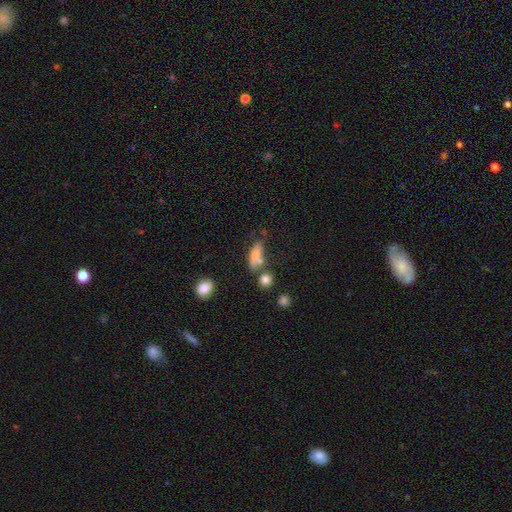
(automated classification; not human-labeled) Morphology: type=smooth (69%); roundness=in between (60%); merging=none (46%).